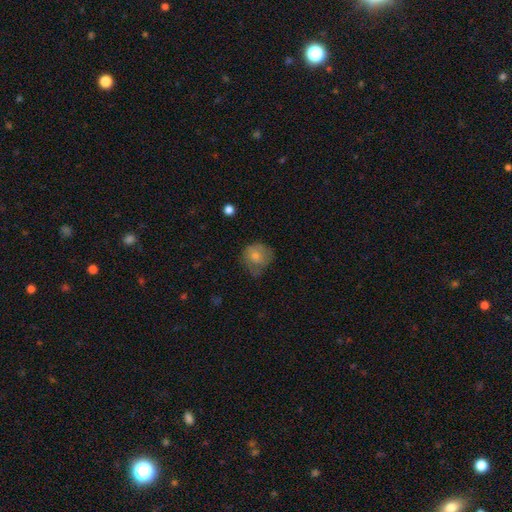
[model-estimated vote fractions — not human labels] Q: Smooth or featured?
A: smooth (72%); runner-up: featured or disk (20%)
Q: How rounded?
A: round (77%); runner-up: in between (23%)
Q: Merging?
A: none (49%); runner-up: minor disturbance (32%)